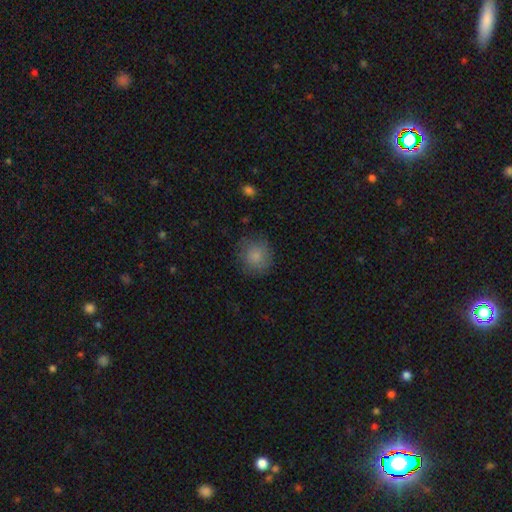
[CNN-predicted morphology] type=smooth (83%); roundness=round (89%); merging=none (78%).